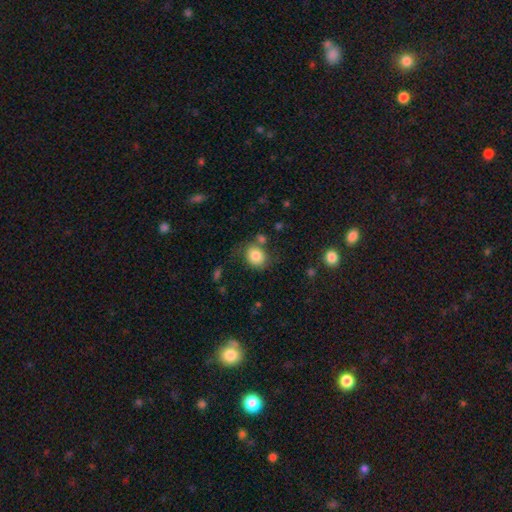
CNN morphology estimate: Q: Smooth or featured?
A: smooth (82%); runner-up: featured or disk (10%)
Q: How rounded?
A: round (62%); runner-up: in between (37%)
Q: Merging?
A: none (67%); runner-up: minor disturbance (17%)